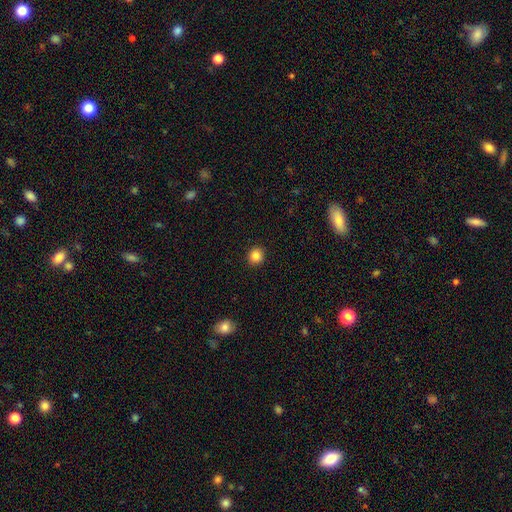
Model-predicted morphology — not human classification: Smooth or featured: smooth — 85% (star or artifact — 11%)
How rounded: round — 88% (in between — 11%)
Merging: none — 92% (minor disturbance — 5%)